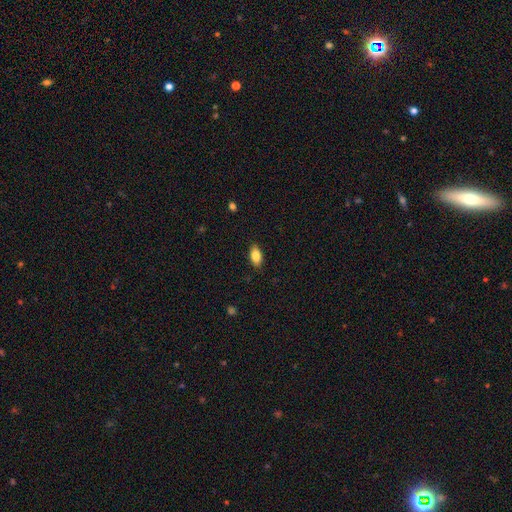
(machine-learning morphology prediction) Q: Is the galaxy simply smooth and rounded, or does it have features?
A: smooth — 84%.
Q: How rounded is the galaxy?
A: in between — 90%.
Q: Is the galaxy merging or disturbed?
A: none — 86%.